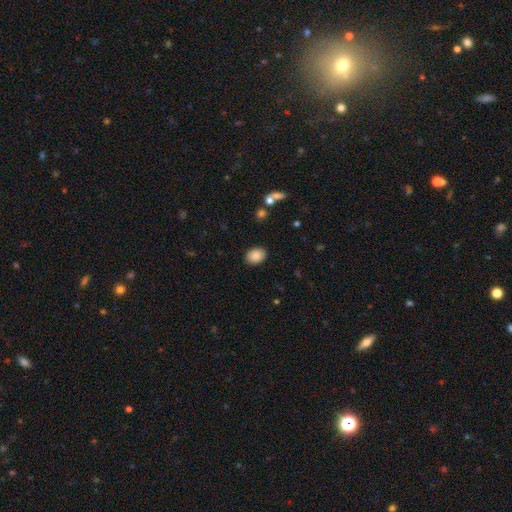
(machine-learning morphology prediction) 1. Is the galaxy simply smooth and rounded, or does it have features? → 88% smooth, 8% star or artifact, 4% featured or disk.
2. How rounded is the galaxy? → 69% in between, 30% round, 1% cigar-shaped.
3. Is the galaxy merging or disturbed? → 88% none, 8% minor disturbance, 2% major disturbance, 1% merger.